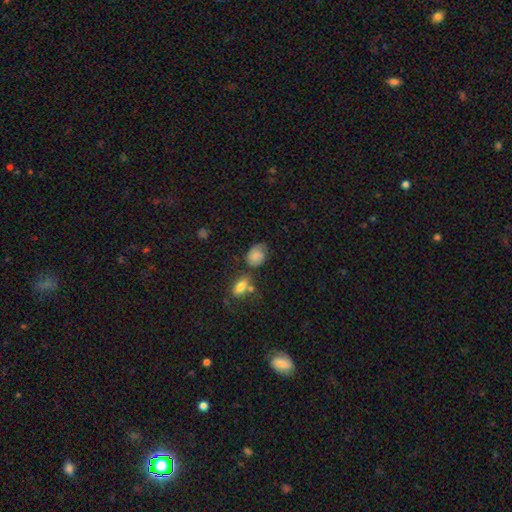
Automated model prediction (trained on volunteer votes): smooth_or_featured: smooth (p=0.56) [alt: featured or disk p=0.35]
how_rounded: in between (p=0.59) [alt: round p=0.40]
merging: none (p=0.51) [alt: minor disturbance p=0.28]